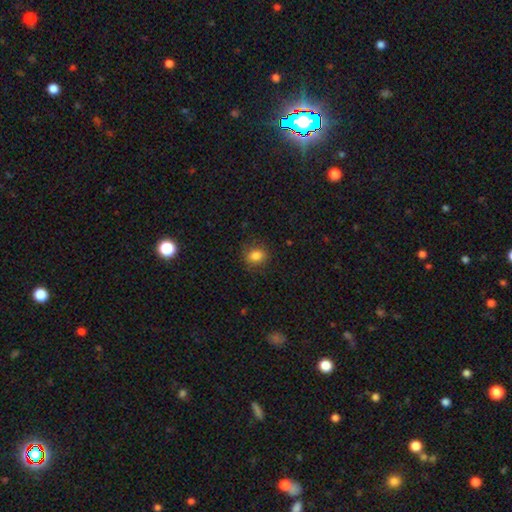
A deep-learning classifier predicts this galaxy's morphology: Smooth or featured? Predicted: smooth (p=0.84). How rounded? Predicted: round (p=0.61). Merging? Predicted: none (p=0.85).